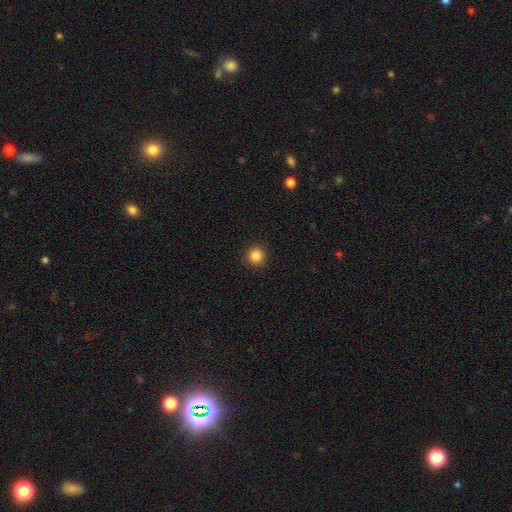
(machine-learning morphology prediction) type=smooth (85%); roundness=round (94%); merging=none (90%).